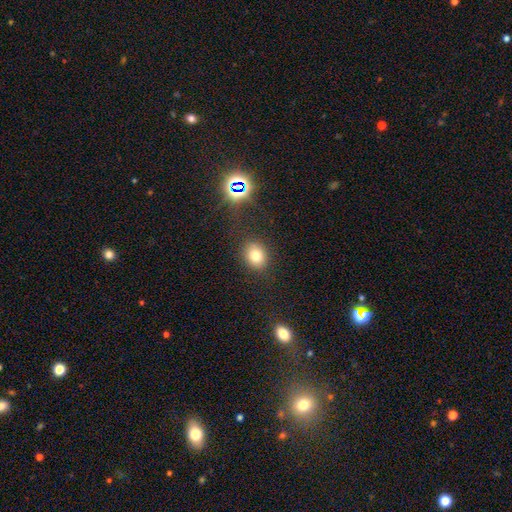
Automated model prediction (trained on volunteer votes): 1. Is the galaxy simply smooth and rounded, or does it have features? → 76% smooth, 15% star or artifact, 9% featured or disk.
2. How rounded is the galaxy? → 55% round, 44% in between, 1% cigar-shaped.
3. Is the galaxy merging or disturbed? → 86% none, 9% minor disturbance, 3% major disturbance, 2% merger.